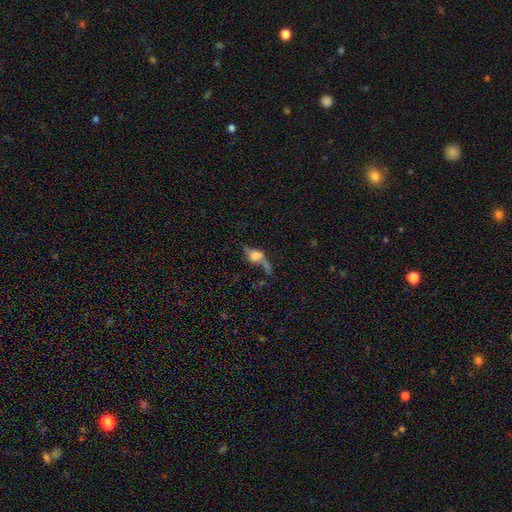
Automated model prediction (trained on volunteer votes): Smooth or featured? Predicted: featured or disk (p=0.45). Merging? Predicted: none (p=0.33).